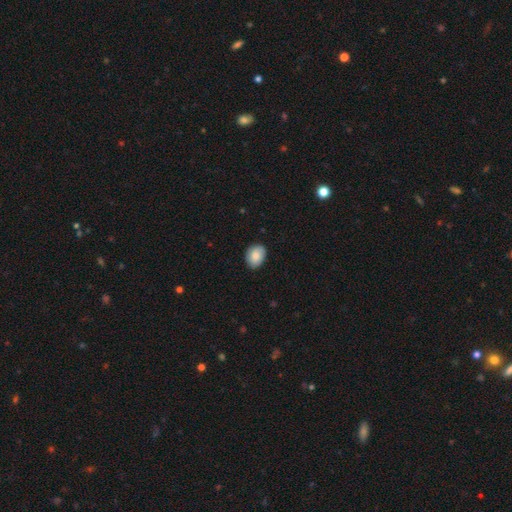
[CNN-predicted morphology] This is clearly a smooth galaxy (85%). How rounded: likely in between (63%). Merging: clearly none (84%).